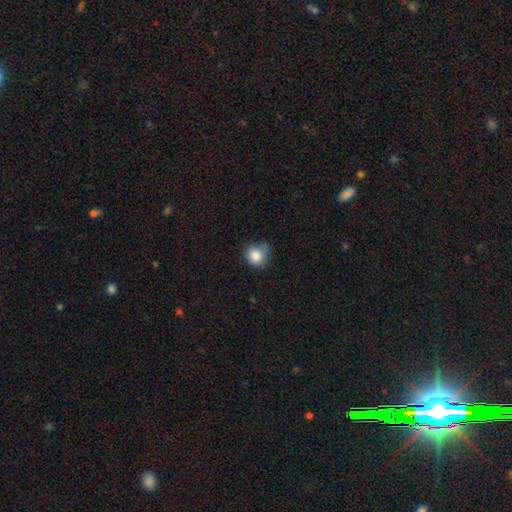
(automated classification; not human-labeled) Smooth or featured? Predicted: smooth (p=0.85). How rounded? Predicted: round (p=0.89). Merging? Predicted: none (p=0.61).